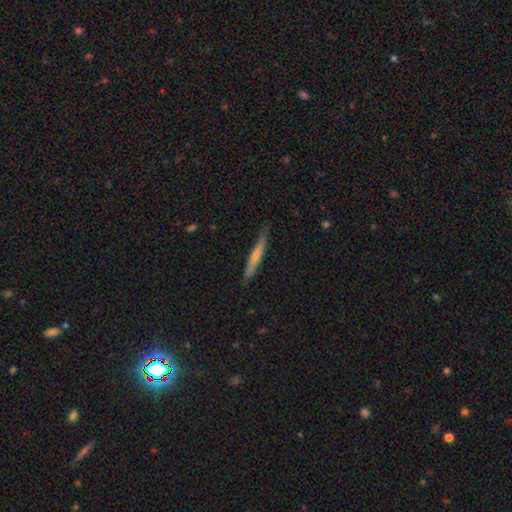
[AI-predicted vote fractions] A smooth galaxy with no disk features (56%) that is cigar-shaped (95%).

Vote fractions:
- Smooth or featured? smooth: 56% / featured or disk: 38% / star or artifact: 6%
- How rounded? cigar-shaped: 95% / in between: 3% / round: 1%
- Merging? none: 85% / minor disturbance: 12% / major disturbance: 2% / merger: 1%